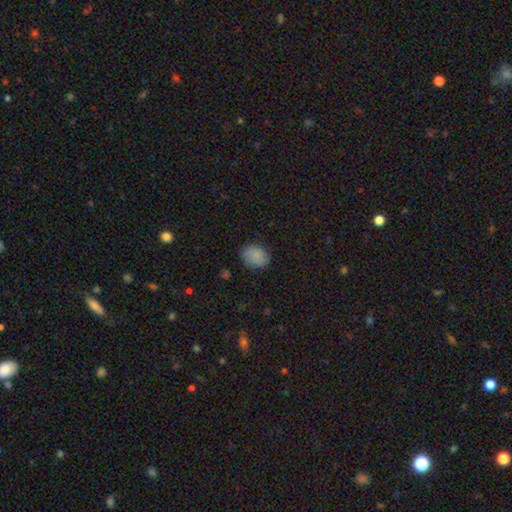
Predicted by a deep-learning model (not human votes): The model was most divided on "how rounded": in between: 55%, round: 44%, cigar-shaped: 1%. More confident: smooth or featured — smooth (85%); merging — none (81%).